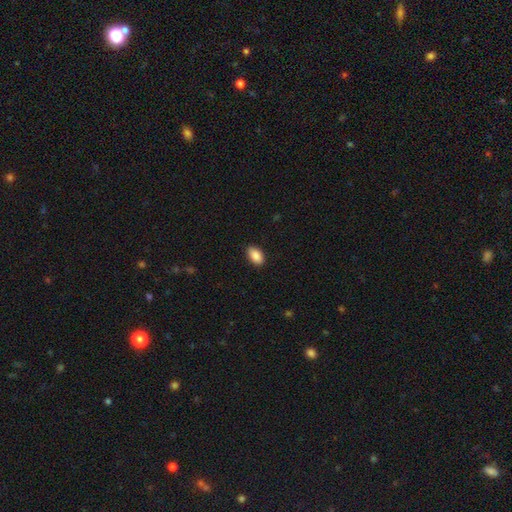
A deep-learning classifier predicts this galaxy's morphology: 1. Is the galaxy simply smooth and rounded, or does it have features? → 90% smooth, 7% star or artifact, 4% featured or disk.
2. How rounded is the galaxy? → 93% in between, 5% round, 2% cigar-shaped.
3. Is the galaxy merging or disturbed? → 88% none, 9% minor disturbance, 2% major disturbance, 1% merger.